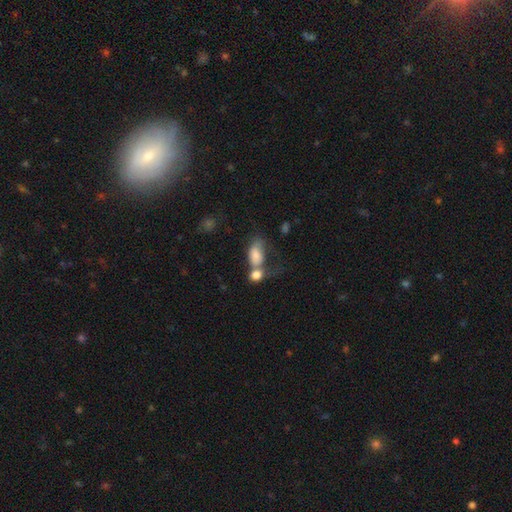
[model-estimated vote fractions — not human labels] smooth_or_featured: smooth (p=0.70) [alt: featured or disk p=0.20]
how_rounded: in between (p=0.83) [alt: round p=0.14]
merging: merger (p=0.53) [alt: major disturbance p=0.20]